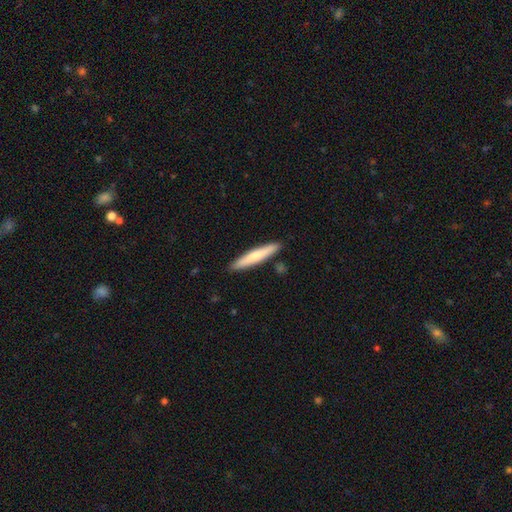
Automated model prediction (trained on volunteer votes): Morphology: type=smooth (67%); roundness=cigar-shaped (93%); merging=none (89%).